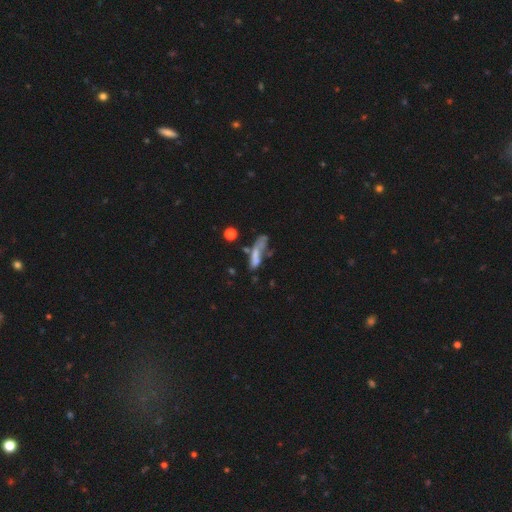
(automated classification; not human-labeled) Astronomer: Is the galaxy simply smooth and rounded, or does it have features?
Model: smooth — 53% (runner-up: featured or disk, 34%).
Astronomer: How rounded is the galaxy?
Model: cigar-shaped — 63%.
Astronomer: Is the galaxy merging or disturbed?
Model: major disturbance — 30% (runner-up: none, 28%).